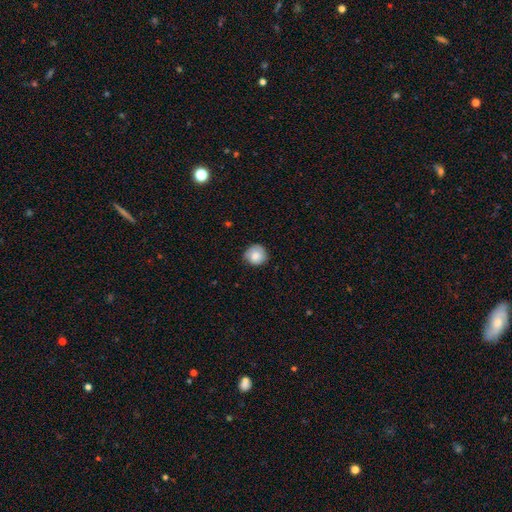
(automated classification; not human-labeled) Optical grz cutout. It shows a smooth galaxy with no disk features (80%) that is round (90%). Merging: none (72%).